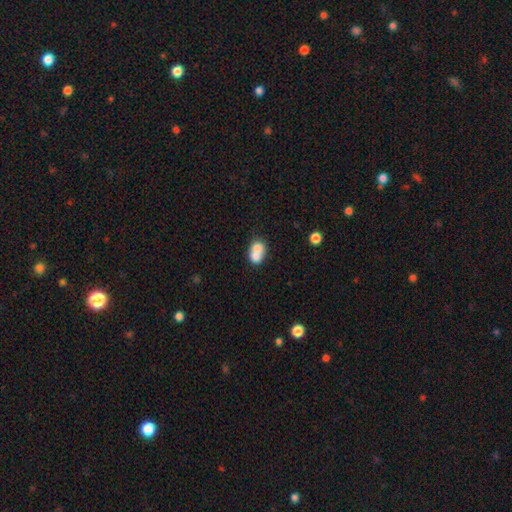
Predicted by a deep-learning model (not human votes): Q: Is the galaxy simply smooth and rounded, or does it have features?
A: smooth — 71%.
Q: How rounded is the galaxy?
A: in between — 52%.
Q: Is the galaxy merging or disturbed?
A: merger — 67%.